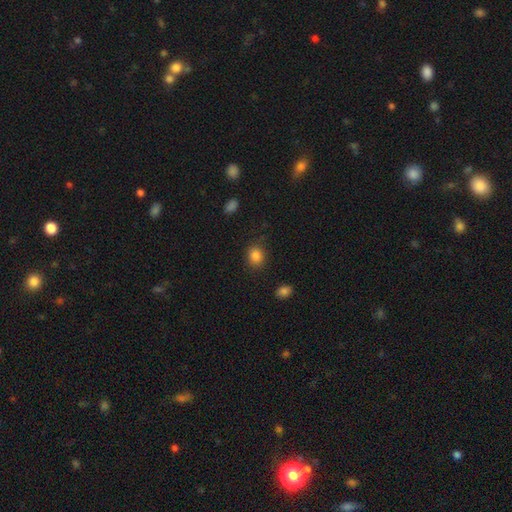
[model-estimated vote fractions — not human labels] Smooth or featured: smooth — 85% (star or artifact — 11%)
How rounded: round — 61% (in between — 38%)
Merging: none — 83% (minor disturbance — 12%)